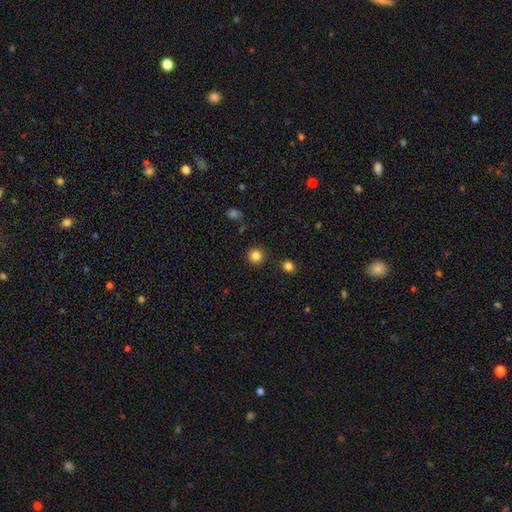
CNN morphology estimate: type=smooth (84%); roundness=round (94%); merging=none (91%).